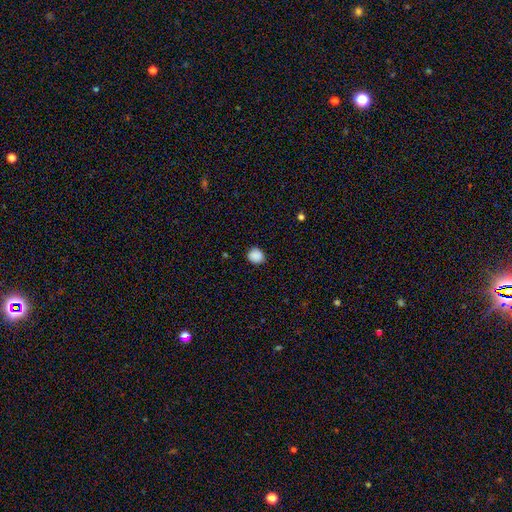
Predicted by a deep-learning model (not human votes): Smooth or featured? smooth (88%)
How rounded? round (81%)
Merging? none (86%)